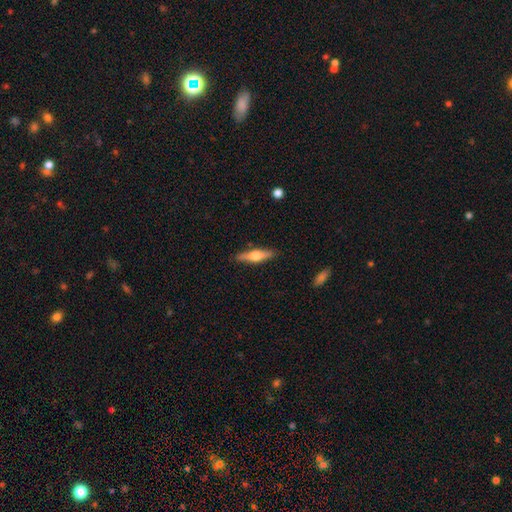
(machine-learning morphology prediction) Smooth or featured? Predicted: featured or disk (p=0.53). Edge-on disk? Predicted: yes (p=0.94). Merging? Predicted: none (p=0.88).